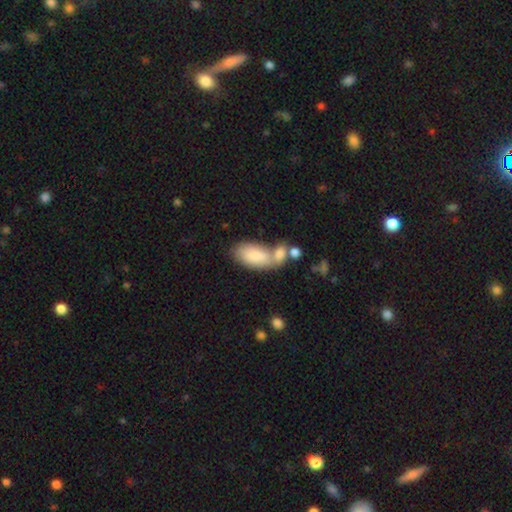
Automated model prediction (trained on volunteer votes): Smooth or featured? smooth (82%)
How rounded? in between (92%)
Merging? merger (42%)